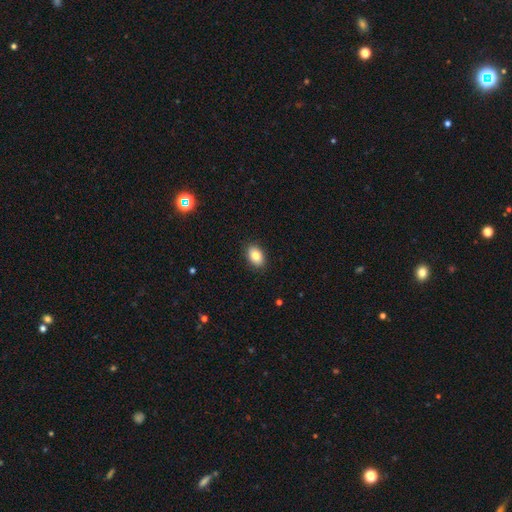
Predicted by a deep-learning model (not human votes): Smooth or featured?
  - smooth: 82% *
  - featured or disk: 10%
  - star or artifact: 8%
How rounded?
  - in between: 85% *
  - round: 13%
  - cigar-shaped: 1%
Merging?
  - none: 89% *
  - minor disturbance: 8%
  - major disturbance: 2%
  - merger: 1%